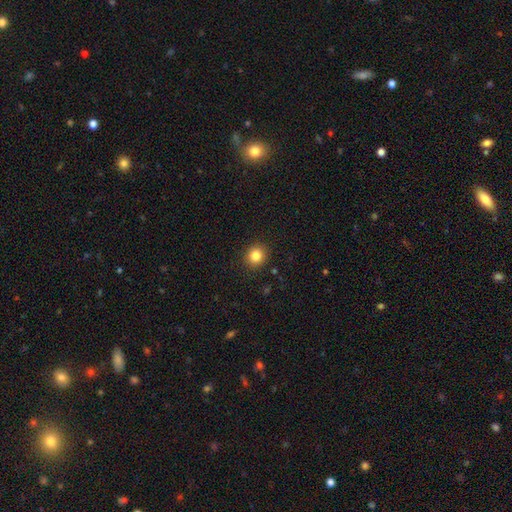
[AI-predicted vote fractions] A smooth galaxy with no disk features (84%) that is round (86%). Merging: none (91%).